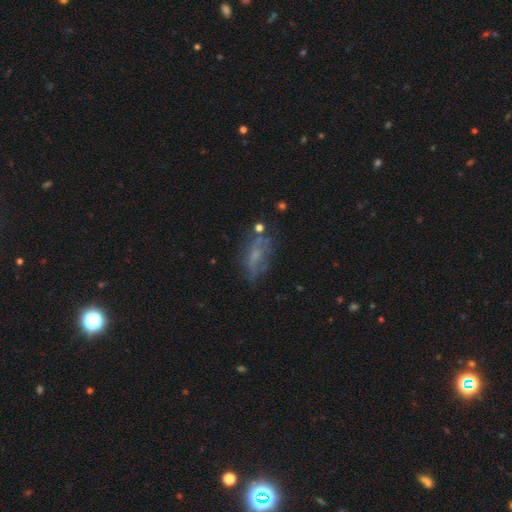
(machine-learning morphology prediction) This appears to be a featured or disk galaxy (47%). Merging: none (53%).